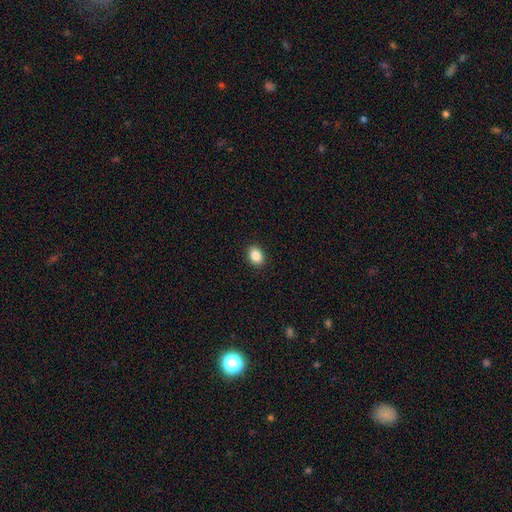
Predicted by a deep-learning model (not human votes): Smooth or featured: smooth — 86% (star or artifact — 9%)
How rounded: in between — 70% (round — 29%)
Merging: none — 91% (minor disturbance — 6%)